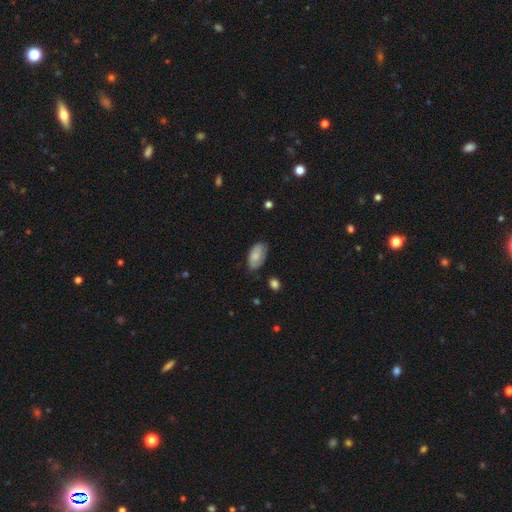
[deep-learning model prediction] Overall: smooth (75%). How rounded: in between (94%). Merging: none (70%).